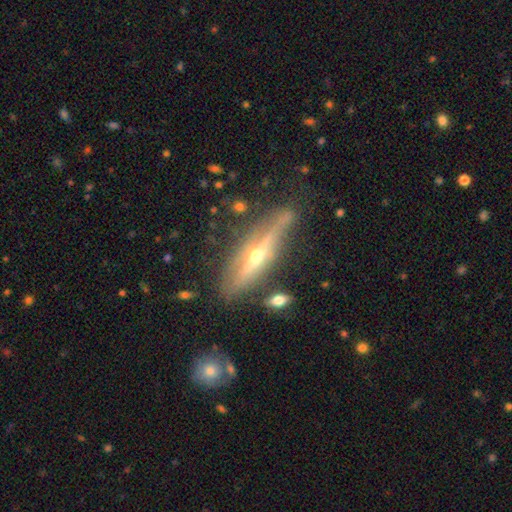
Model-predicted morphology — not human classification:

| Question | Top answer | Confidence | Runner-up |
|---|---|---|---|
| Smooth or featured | featured or disk | 75% | smooth (18%) |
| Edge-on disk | yes | 90% | no (10%) |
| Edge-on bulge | rounded | 90% | none (7%) |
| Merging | none | 70% | minor disturbance (19%) |